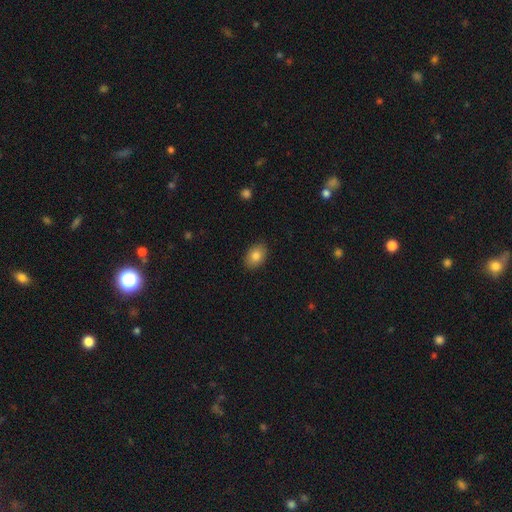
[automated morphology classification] smooth 83%, featured or disk 8%, star or artifact 8%. Down the decision tree: how rounded — in between (79%); merging — none (88%).